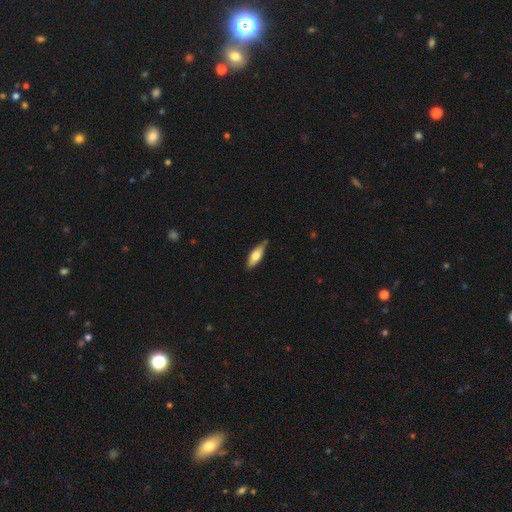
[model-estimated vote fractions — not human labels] A smooth galaxy with no disk features (68%) that is in between round and cigar-shaped (59%). Merging: none (77%).